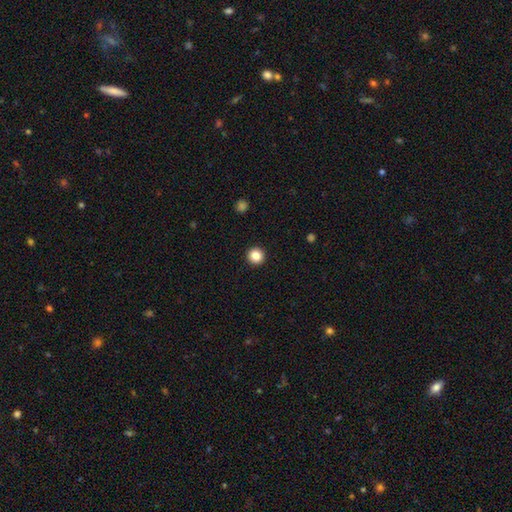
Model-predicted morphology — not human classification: smooth 85%, star or artifact 10%, featured or disk 4%. Down the decision tree: how rounded — round (96%); merging — none (94%).